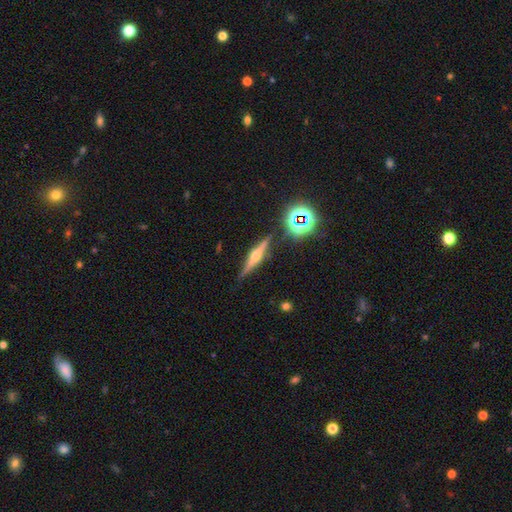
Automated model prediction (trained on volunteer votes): Overall: featured or disk (71%). Edge-on disk: yes (96%). Edge-on bulge: rounded (91%). Merging: none (86%).